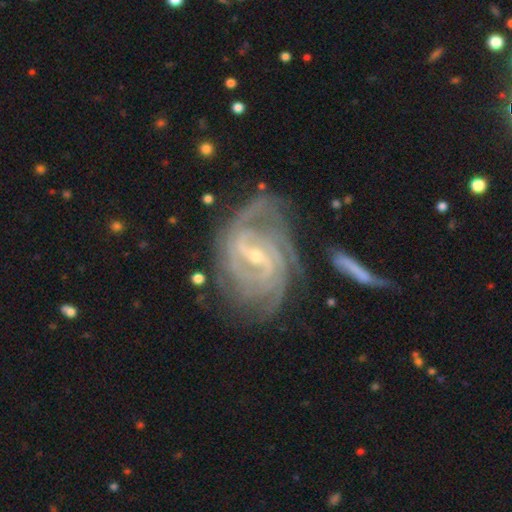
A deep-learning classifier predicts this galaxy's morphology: Smooth or featured?
  - featured or disk: 92% *
  - star or artifact: 5%
  - smooth: 3%
Edge-on disk?
  - no: 97% *
  - yes: 3%
Bar?
  - weak: 44% *
  - strong: 43%
  - no: 13%
Spiral arms?
  - yes: 98% *
  - no: 2%
Spiral winding?
  - tight: 64% *
  - medium: 30%
  - loose: 5%
Spiral arm count?
  - 3: 23% *
  - 4: 22%
  - 2: 22%
  - can't tell: 19%
  - more than 4: 8%
  - 1: 6%
Bulge size?
  - small: 69% *
  - moderate: 28%
  - none: 1%
  - large: 1%
  - dominant: 1%
Merging?
  - none: 64% *
  - minor disturbance: 20%
  - major disturbance: 10%
  - merger: 6%